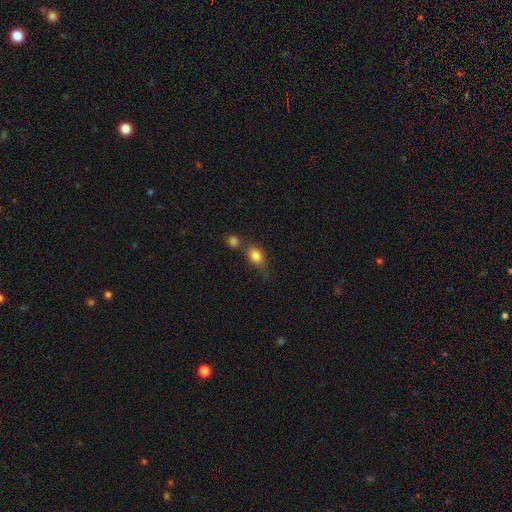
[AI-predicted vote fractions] Morphology: type=smooth (82%); roundness=in between (65%); merging=none (47%).